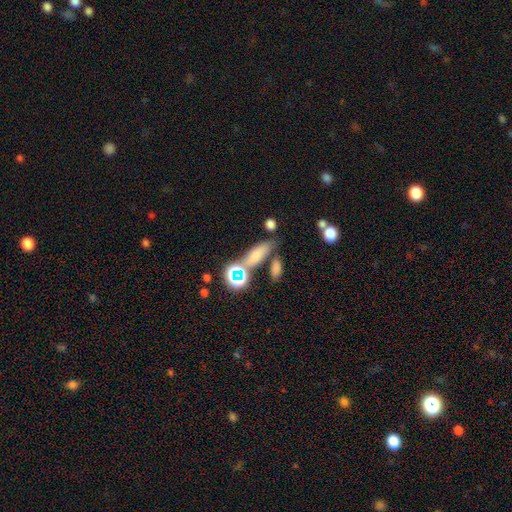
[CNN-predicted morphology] A smooth galaxy with no disk features (63%) that is in between round and cigar-shaped (54%). Merging: none (59%).